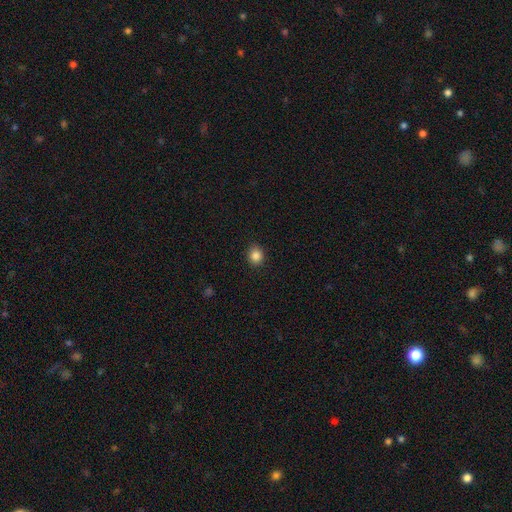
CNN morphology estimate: type=smooth (85%); roundness=round (72%); merging=none (90%).